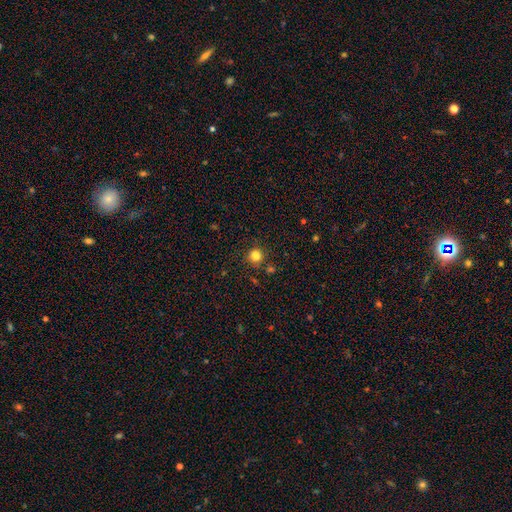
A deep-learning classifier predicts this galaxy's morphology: The model was most divided on "smooth or featured": smooth: 82%, star or artifact: 13%, featured or disk: 5%. More confident: how rounded — round (92%); merging — none (84%).